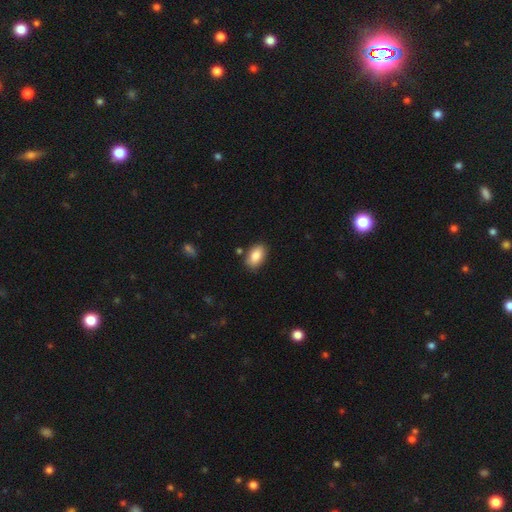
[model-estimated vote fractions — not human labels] Smooth or featured?
  - smooth: 86% *
  - featured or disk: 7%
  - star or artifact: 7%
How rounded?
  - in between: 92% *
  - round: 6%
  - cigar-shaped: 2%
Merging?
  - none: 82% *
  - minor disturbance: 12%
  - merger: 3%
  - major disturbance: 3%